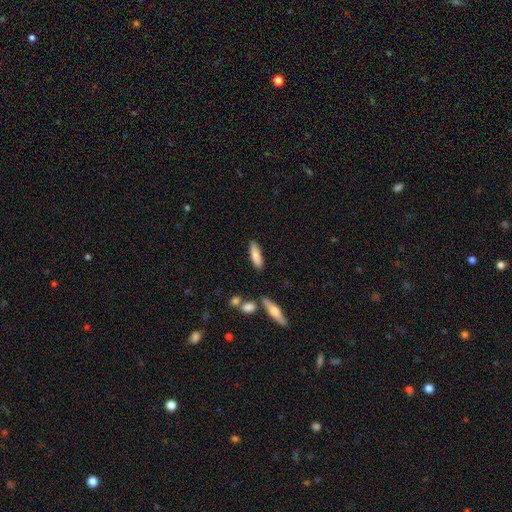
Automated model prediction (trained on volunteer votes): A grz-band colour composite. It shows a smooth galaxy with no disk features (82%) that is cigar-shaped (53%). Merging: none (84%).